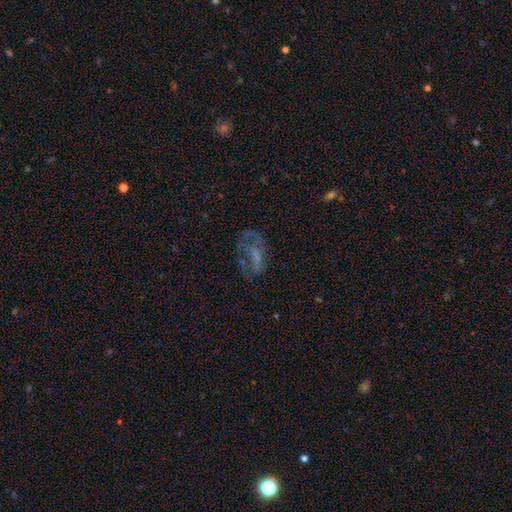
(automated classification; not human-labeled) A featured or disk galaxy (51%). Merging: none (41%).